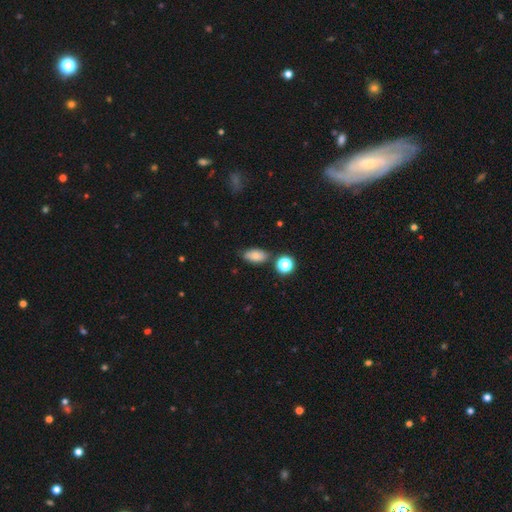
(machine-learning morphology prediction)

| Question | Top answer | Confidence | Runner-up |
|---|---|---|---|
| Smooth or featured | smooth | 74% | featured or disk (14%) |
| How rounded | in between | 87% | round (9%) |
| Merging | none | 76% | minor disturbance (15%) |